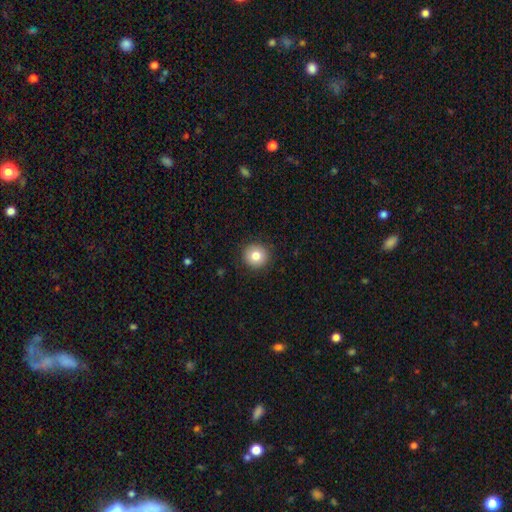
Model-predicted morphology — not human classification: type=smooth (81%); roundness=round (93%); merging=none (91%).